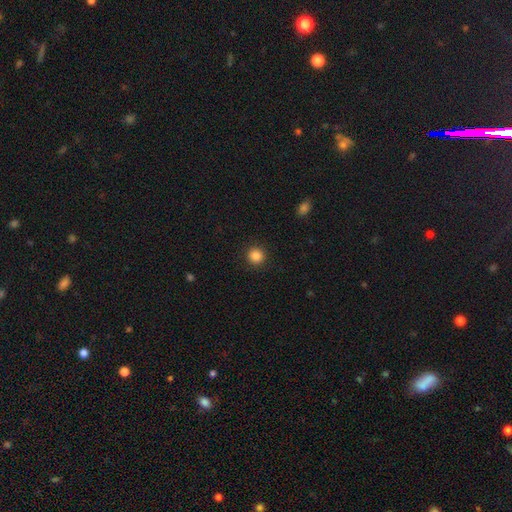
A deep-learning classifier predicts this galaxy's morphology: smooth-or-featured: smooth: 86% | star or artifact: 11% | featured or disk: 3%
  how-rounded: round: 94% | in between: 5% | cigar-shaped: 1%
  merging: none: 92% | minor disturbance: 5% | major disturbance: 2% | merger: 1%